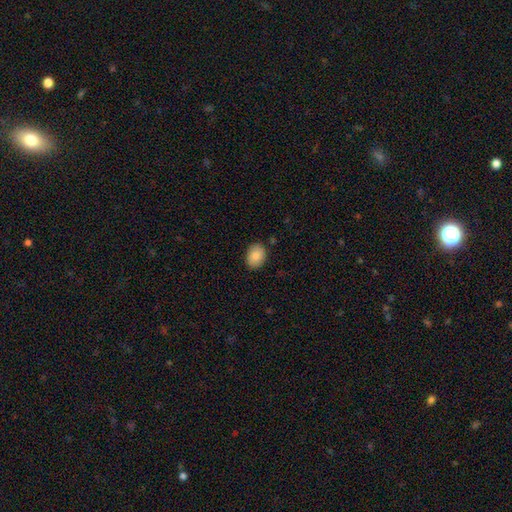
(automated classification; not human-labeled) Morphology: type=smooth (87%); roundness=in between (69%); merging=none (86%).